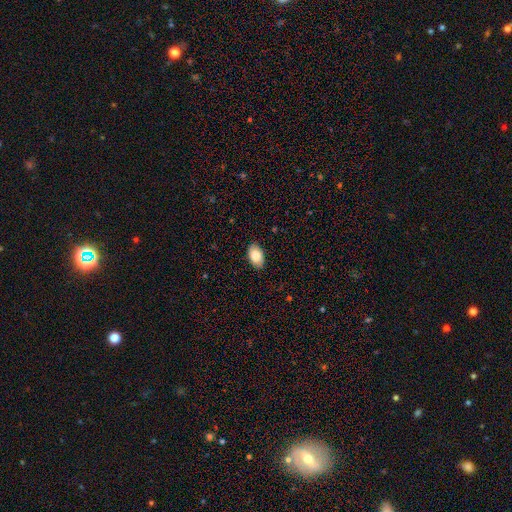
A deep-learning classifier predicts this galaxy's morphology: The model was most divided on "smooth or featured": smooth: 85%, featured or disk: 9%, star or artifact: 7%. More confident: how rounded — in between (93%); merging — none (88%).